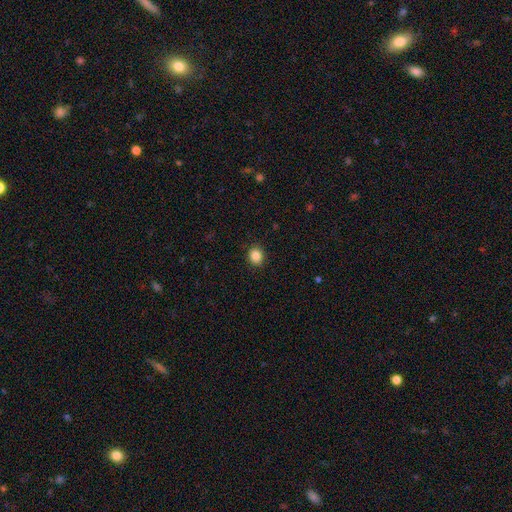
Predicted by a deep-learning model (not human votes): Morphology: type=smooth (86%); roundness=round (75%); merging=none (91%).